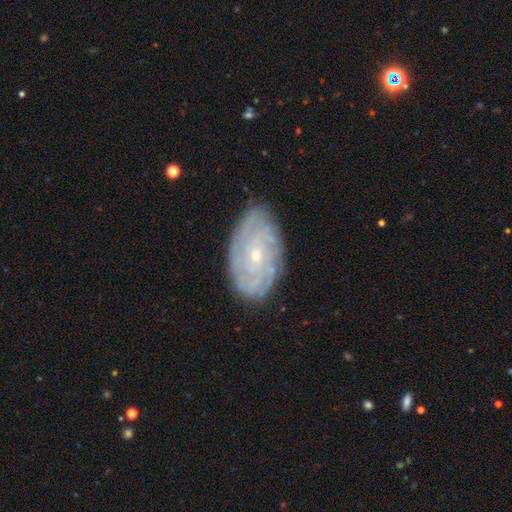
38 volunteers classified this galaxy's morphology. Smooth or featured? featured or disk (61%)
Edge-on disk? no (96%)
Bar? no (73%)
Spiral arms? yes (68%)
Spiral winding? tight (67%)
Spiral arm count? can't tell (73%)
Bulge size? moderate (55%)
Merging? none (78%)